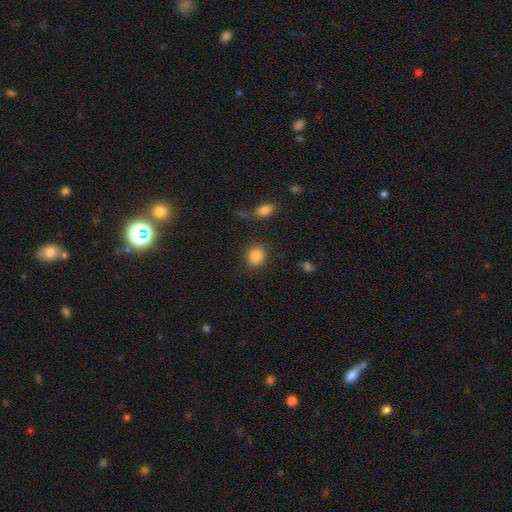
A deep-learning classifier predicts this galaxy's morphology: A smooth galaxy with no disk features (86%) that is round (55%).

Vote fractions:
- Smooth or featured? smooth: 86% / star or artifact: 9% / featured or disk: 5%
- How rounded? round: 55% / in between: 44% / cigar-shaped: 1%
- Merging? none: 81% / minor disturbance: 11% / major disturbance: 4% / merger: 4%